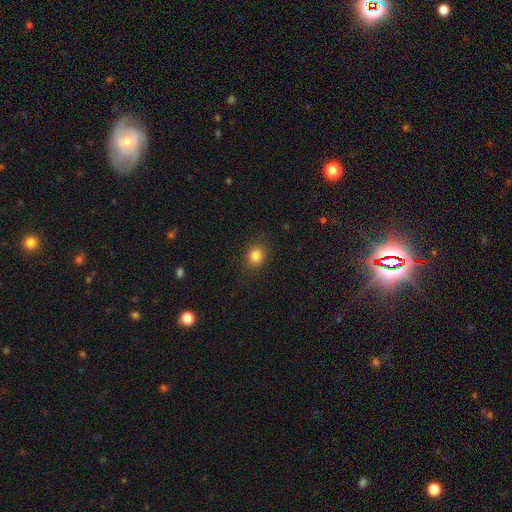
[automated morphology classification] The model was most divided on "how rounded": round: 72%, in between: 27%, cigar-shaped: 1%. More confident: merging — none (87%); smooth or featured — smooth (83%).